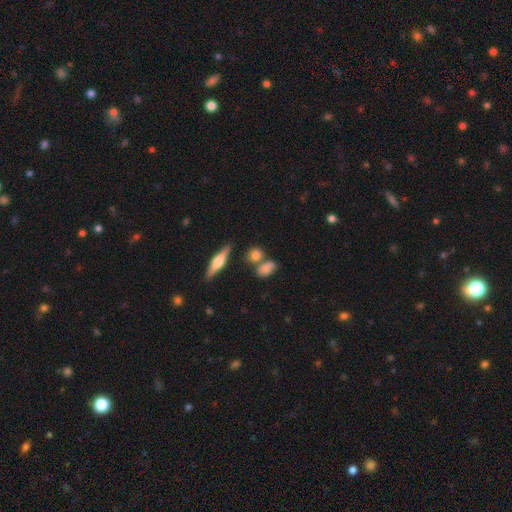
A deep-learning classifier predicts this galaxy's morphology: Q: Smooth or featured?
A: smooth (76%); runner-up: featured or disk (14%)
Q: How rounded?
A: round (50%); runner-up: in between (43%)
Q: Merging?
A: none (62%); runner-up: merger (18%)